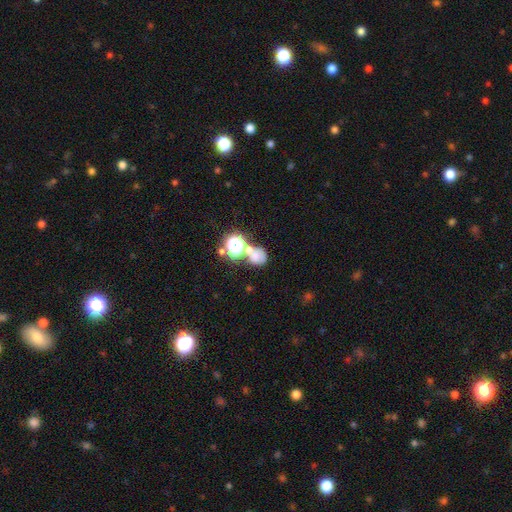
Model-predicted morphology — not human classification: Smooth or featured? smooth (54%)
How rounded? round (66%)
Merging? merger (45%)